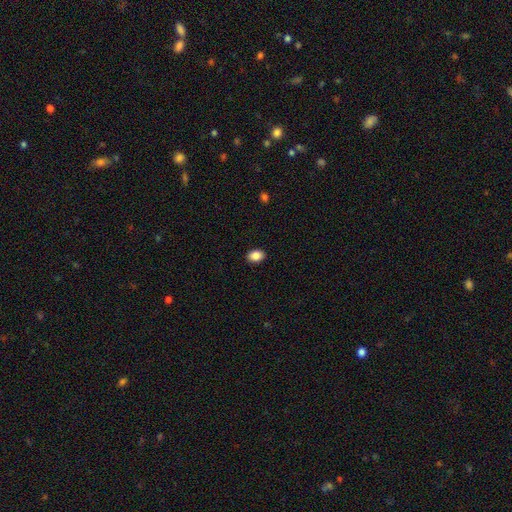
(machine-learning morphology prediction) This is clearly a smooth galaxy (88%). How rounded: likely in between (78%). Merging: clearly none (90%).